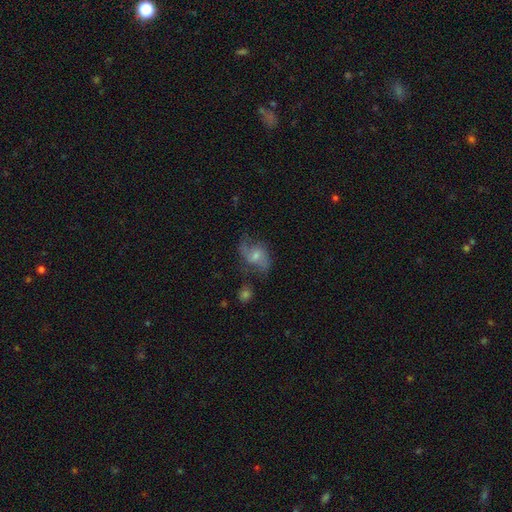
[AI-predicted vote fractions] A featured or disk galaxy (71%) with no bar (57%), 2 (84%) loose (54%) spiral arms (90%) and a small central bulge (48%).

Vote fractions:
- Smooth or featured? featured or disk: 71% / smooth: 18% / star or artifact: 10%
- Edge-on disk? no: 96% / yes: 4%
- Bar? no: 57% / weak: 36% / strong: 8%
- Spiral arms? yes: 90% / no: 10%
- Spiral winding? loose: 54% / medium: 36% / tight: 10%
- Spiral arm count? 2: 84% / can't tell: 7% / 1: 5% / 3: 2% / 4: 1% / more than 4: 1%
- Bulge size? small: 48% / moderate: 42% / none: 5% / large: 4% / dominant: 1%
- Merging? none: 61% / minor disturbance: 21% / major disturbance: 14% / merger: 4%